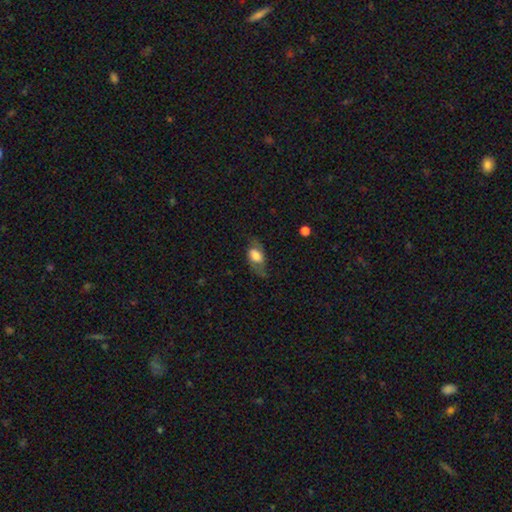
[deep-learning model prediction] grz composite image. It shows a smooth galaxy with no disk features (51%) that is in between round and cigar-shaped (84%). Merging: none (63%).